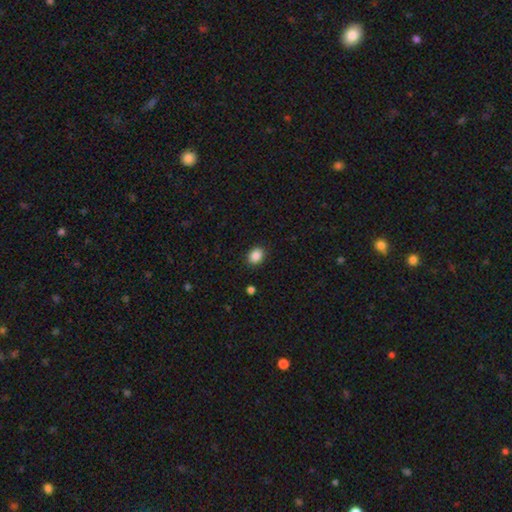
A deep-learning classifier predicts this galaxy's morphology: A smooth galaxy with no disk features (87%) that is in between round and cigar-shaped (50%).

Vote fractions:
- Smooth or featured? smooth: 87% / star or artifact: 9% / featured or disk: 4%
- How rounded? in between: 50% / round: 49% / cigar-shaped: 1%
- Merging? none: 89% / minor disturbance: 8% / major disturbance: 2% / merger: 1%